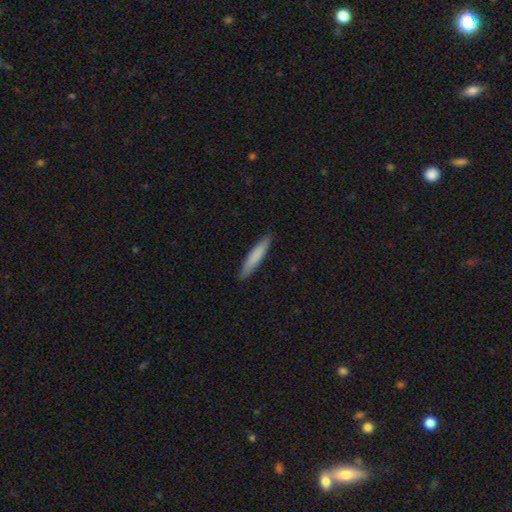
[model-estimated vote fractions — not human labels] Smooth or featured? Predicted: smooth (p=0.80). How rounded? Predicted: cigar-shaped (p=0.90). Merging? Predicted: none (p=0.90).